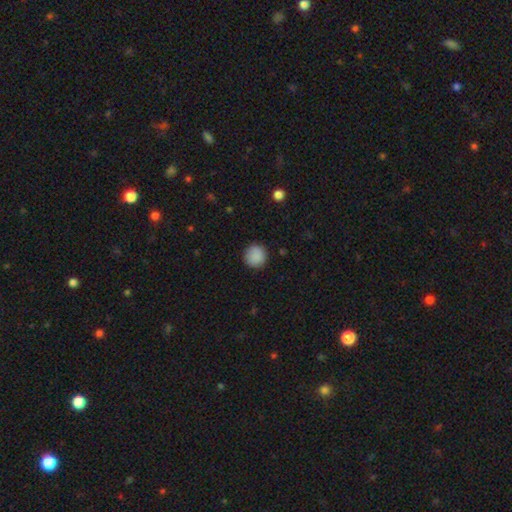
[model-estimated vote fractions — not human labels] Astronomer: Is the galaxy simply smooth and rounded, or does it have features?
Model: smooth — 89%.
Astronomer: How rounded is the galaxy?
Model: round — 94%.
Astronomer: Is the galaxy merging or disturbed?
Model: none — 90%.